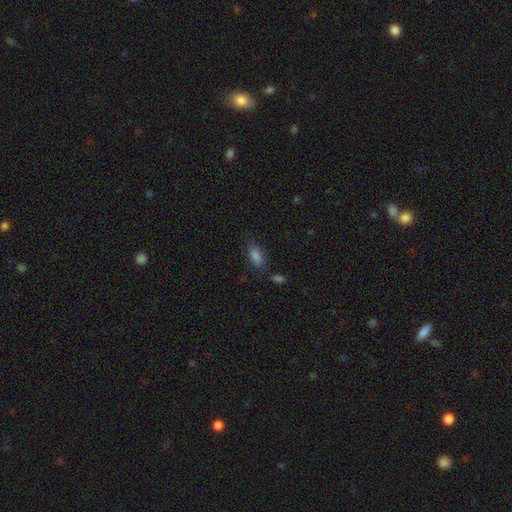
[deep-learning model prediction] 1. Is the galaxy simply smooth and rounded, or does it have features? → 81% smooth, 12% star or artifact, 7% featured or disk.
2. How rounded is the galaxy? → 84% in between, 12% cigar-shaped, 4% round.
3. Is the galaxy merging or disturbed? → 72% none, 17% minor disturbance, 6% merger, 5% major disturbance.